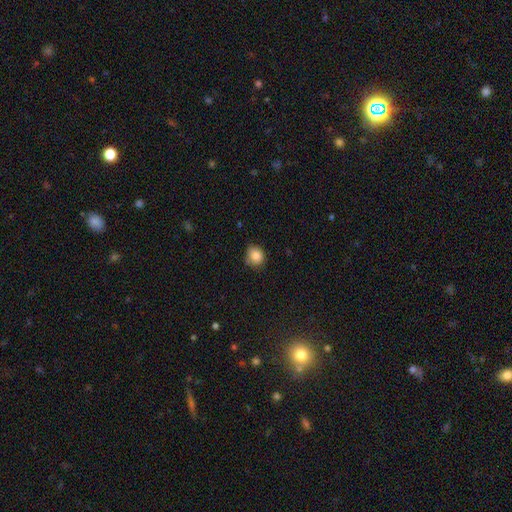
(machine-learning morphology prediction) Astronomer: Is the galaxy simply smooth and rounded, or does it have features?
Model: smooth — 85%.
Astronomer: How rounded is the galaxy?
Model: round — 78%.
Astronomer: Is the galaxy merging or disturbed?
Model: none — 67%.